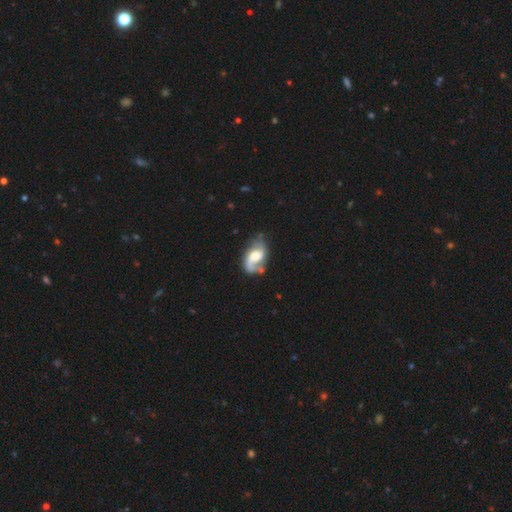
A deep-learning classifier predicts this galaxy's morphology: smooth-or-featured: featured or disk: 80% | smooth: 14% | star or artifact: 5%
  disk-edge-on: no: 97% | yes: 3%
    bar: no: 47% | weak: 41% | strong: 12%
    has-spiral-arms: yes: 94% | no: 6%
      spiral-winding: loose: 49% | medium: 38% | tight: 13%
      spiral-arm-count: 2: 72% | 1: 21% | can't tell: 4% | 3: 1% | 4: 1% | more than 4: 1%
    bulge-size: moderate: 48% | large: 31% | small: 13% | none: 5% | dominant: 3%
  merging: none: 57% | minor disturbance: 22% | major disturbance: 15% | merger: 5%